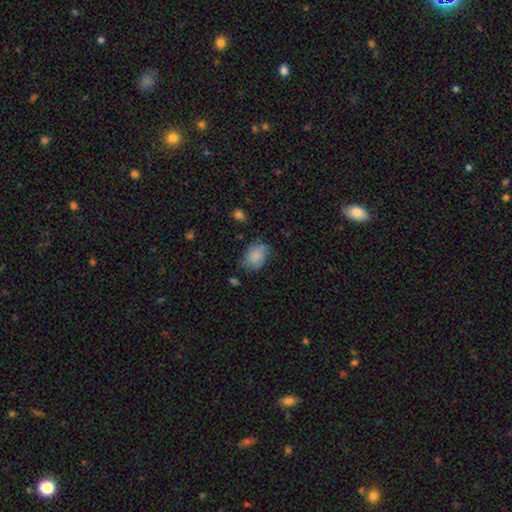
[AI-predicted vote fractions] Smooth or featured? smooth (83%)
How rounded? in between (74%)
Merging? none (65%)